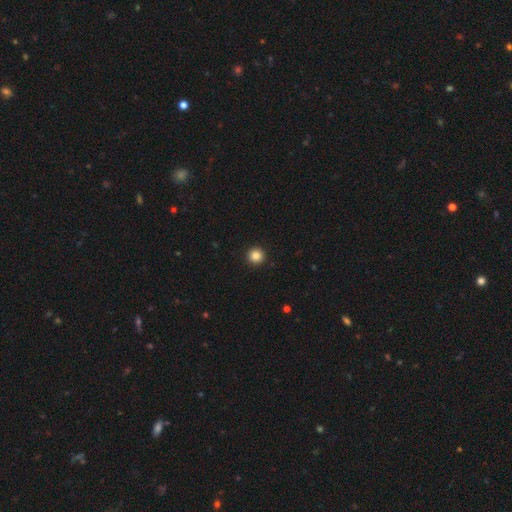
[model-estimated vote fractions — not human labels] This is clearly a smooth galaxy (86%). How rounded: clearly round (96%). Merging: clearly none (94%).